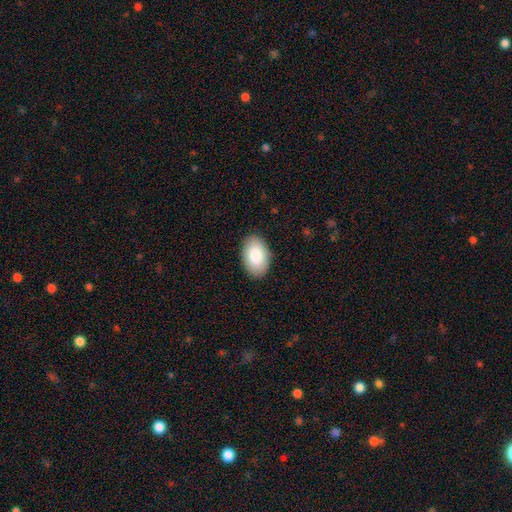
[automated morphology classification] Q: Smooth or featured?
A: smooth (86%); runner-up: featured or disk (8%)
Q: How rounded?
A: in between (93%); runner-up: round (6%)
Q: Merging?
A: none (88%); runner-up: minor disturbance (9%)